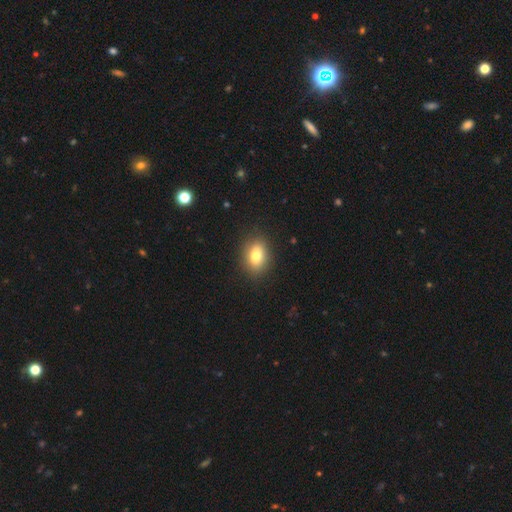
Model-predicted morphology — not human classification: smooth_or_featured: smooth (p=0.78) [alt: featured or disk p=0.12]
how_rounded: in between (p=0.68) [alt: round p=0.31]
merging: none (p=0.87) [alt: minor disturbance p=0.09]